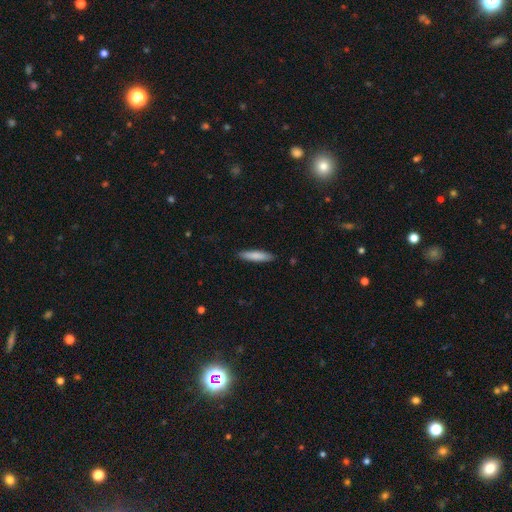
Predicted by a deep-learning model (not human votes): Overall: smooth (82%). How rounded: cigar-shaped (83%). Merging: none (89%).